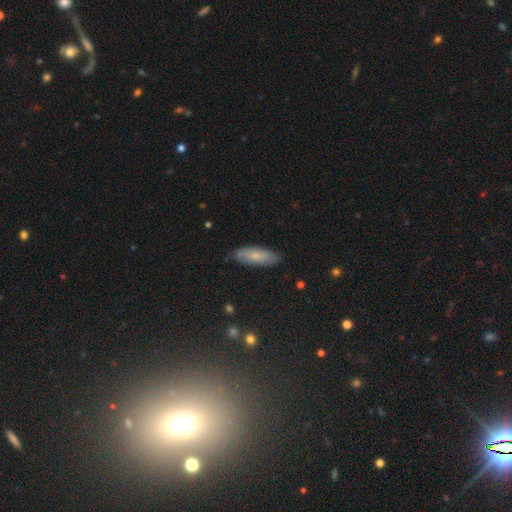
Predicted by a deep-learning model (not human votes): Smooth or featured? smooth (70%)
How rounded? in between (59%)
Merging? none (81%)